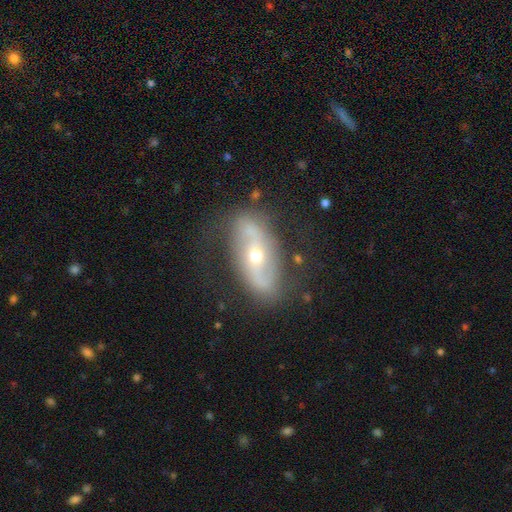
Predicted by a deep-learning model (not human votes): Morphology: type=featured or disk (79%); edge-on=no (92%); bar=no (39%); spiral arms=yes (80%); winding=loose (54%); arm count=2 (89%); bulge=moderate (49%); merging=none (77%).